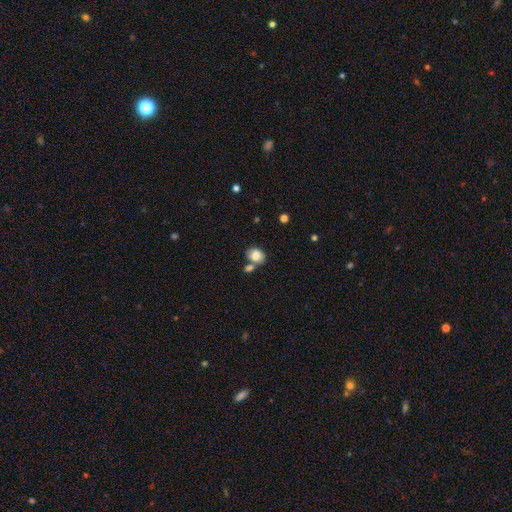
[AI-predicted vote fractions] Smooth or featured: smooth — 82% (featured or disk — 9%)
How rounded: in between — 51% (round — 48%)
Merging: none — 56% (merger — 27%)